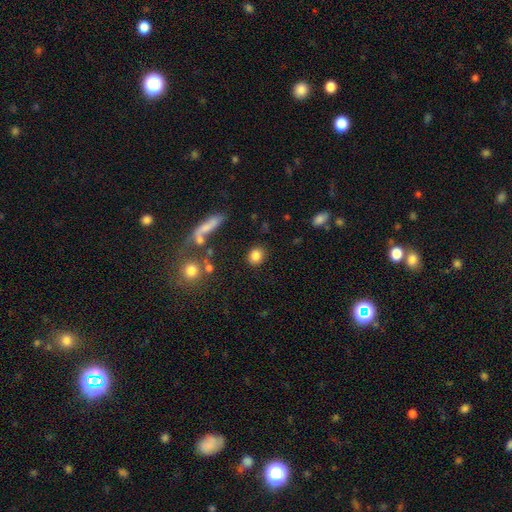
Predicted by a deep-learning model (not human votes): Morphology: type=smooth (83%); roundness=round (70%); merging=none (85%).